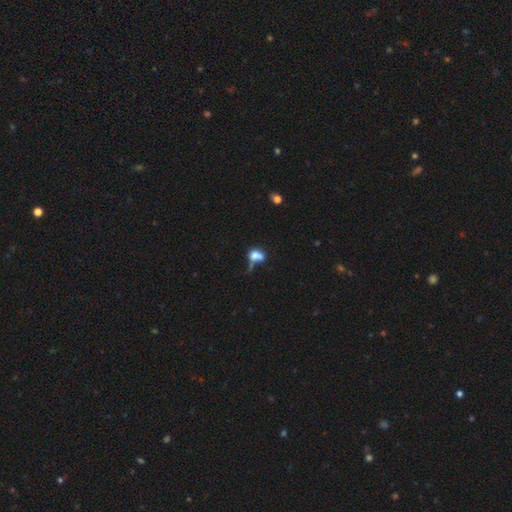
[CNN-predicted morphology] Smooth or featured?
  - smooth: 67% *
  - featured or disk: 19%
  - star or artifact: 14%
How rounded?
  - in between: 62% *
  - round: 35%
  - cigar-shaped: 4%
Merging?
  - merger: 42% *
  - none: 24%
  - major disturbance: 19%
  - minor disturbance: 15%